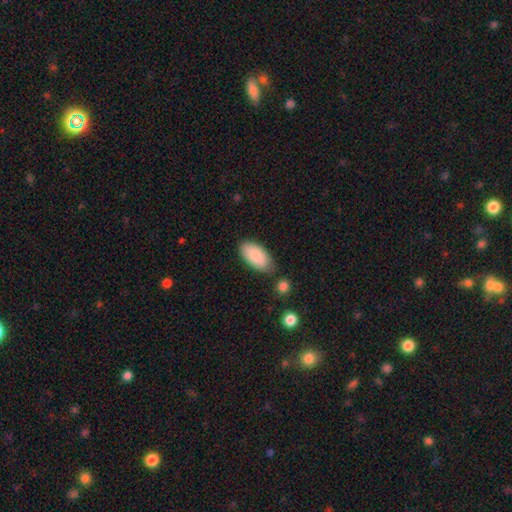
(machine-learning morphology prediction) Overall: smooth (87%). How rounded: in between (94%). Merging: none (74%).